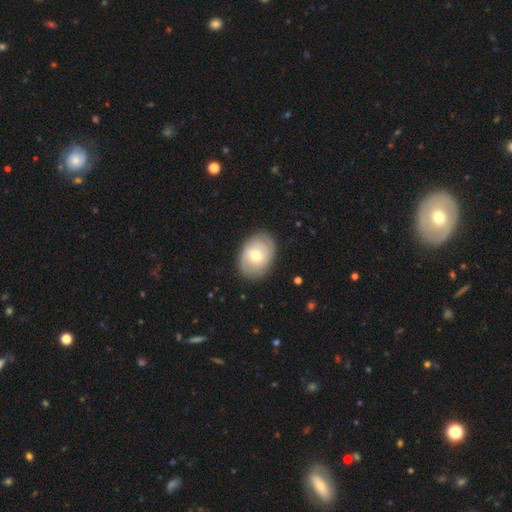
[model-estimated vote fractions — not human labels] Smooth or featured? featured or disk (55%)
Edge-on disk? no (95%)
Bar? no (55%)
Spiral arms? yes (73%)
Bulge size? moderate (65%)
Merging? none (83%)